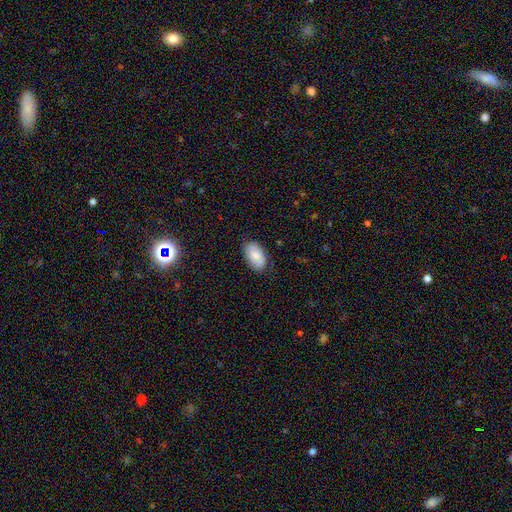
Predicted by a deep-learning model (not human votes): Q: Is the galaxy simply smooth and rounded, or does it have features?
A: smooth — 74%.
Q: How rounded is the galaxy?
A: in between — 93%.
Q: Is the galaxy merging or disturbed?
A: none — 81%.